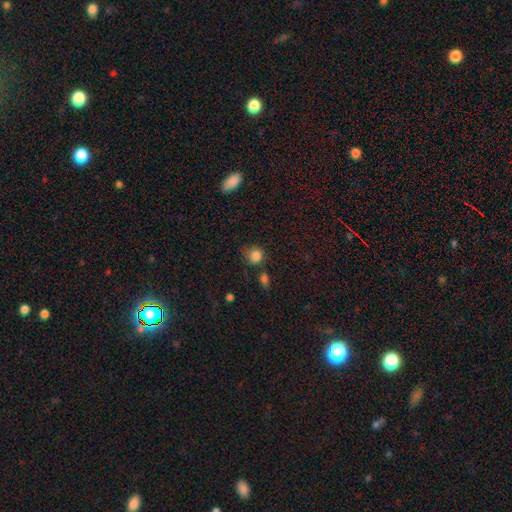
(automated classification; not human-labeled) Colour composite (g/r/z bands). It shows a smooth galaxy with no disk features (83%) that is round (82%). Merging: none (58%).